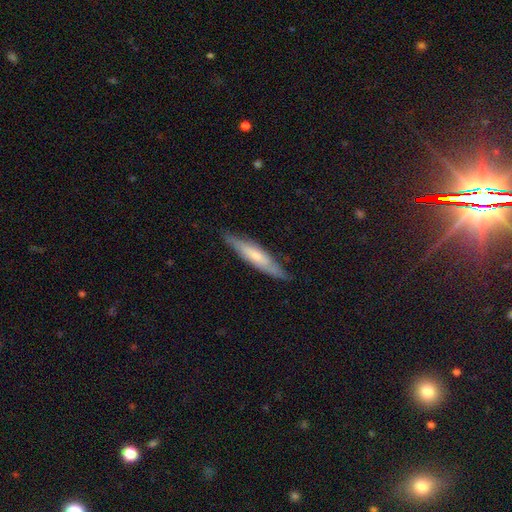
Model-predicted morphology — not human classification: Overall: smooth (49%; featured or disk 46%). Merging: none (81%).